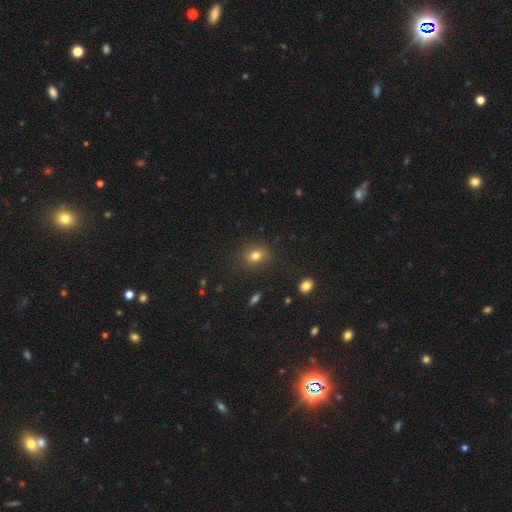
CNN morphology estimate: A smooth galaxy with no disk features (78%) that is round (51%).

Vote fractions:
- Smooth or featured? smooth: 78% / star or artifact: 13% / featured or disk: 9%
- How rounded? round: 51% / in between: 47% / cigar-shaped: 1%
- Merging? none: 84% / minor disturbance: 11% / major disturbance: 3% / merger: 2%